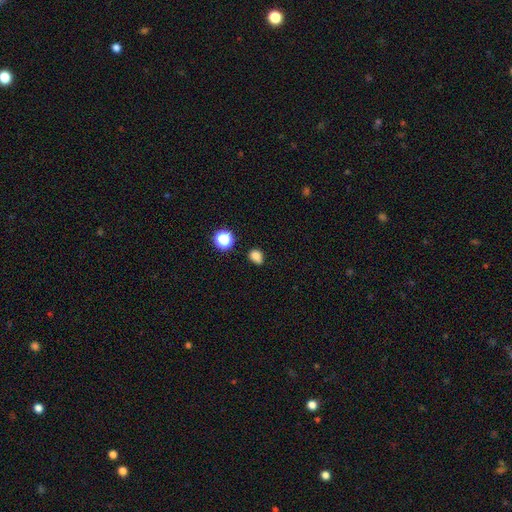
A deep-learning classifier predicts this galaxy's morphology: smooth-or-featured: smooth: 79% | star or artifact: 15% | featured or disk: 6%
  how-rounded: round: 50% | in between: 48% | cigar-shaped: 1%
  merging: none: 65% | minor disturbance: 24% | major disturbance: 5% | merger: 5%